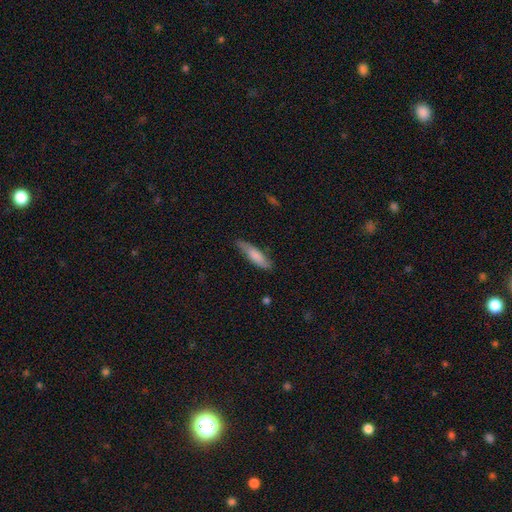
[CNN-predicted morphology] Q: Smooth or featured?
A: smooth (74%); runner-up: featured or disk (20%)
Q: How rounded?
A: cigar-shaped (63%); runner-up: in between (35%)
Q: Merging?
A: none (77%); runner-up: minor disturbance (19%)